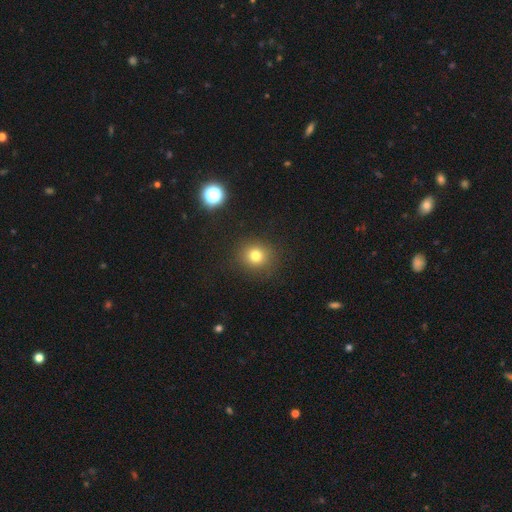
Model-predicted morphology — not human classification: The model was most divided on "smooth or featured": smooth: 78%, star or artifact: 15%, featured or disk: 7%. More confident: merging — none (89%); how rounded — round (86%).